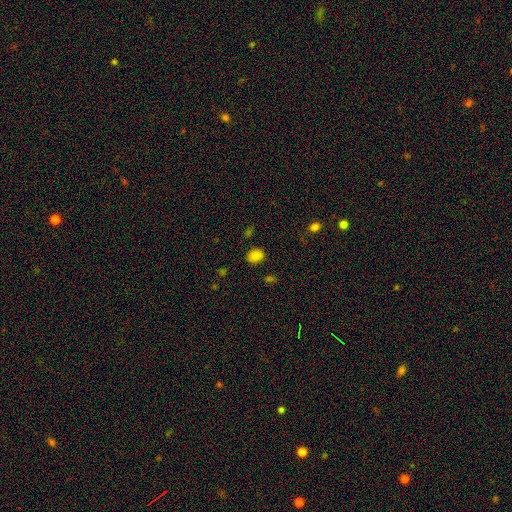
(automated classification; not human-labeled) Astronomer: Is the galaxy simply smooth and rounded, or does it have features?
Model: smooth — 82%.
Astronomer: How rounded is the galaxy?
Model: in between — 55% (runner-up: round, 44%).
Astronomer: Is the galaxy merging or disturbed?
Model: none — 82%.